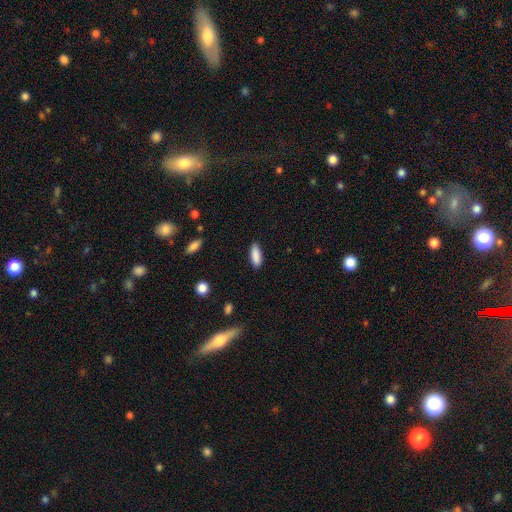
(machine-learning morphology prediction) Smooth or featured? Predicted: smooth (p=0.89). How rounded? Predicted: in between (p=0.62). Merging? Predicted: none (p=0.88).